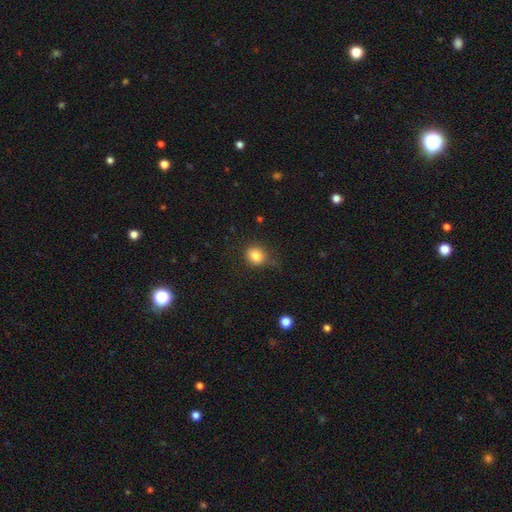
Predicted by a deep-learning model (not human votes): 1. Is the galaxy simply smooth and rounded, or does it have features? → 82% smooth, 11% star or artifact, 7% featured or disk.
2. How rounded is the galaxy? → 67% round, 32% in between, 1% cigar-shaped.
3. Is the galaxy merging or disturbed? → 71% none, 21% minor disturbance, 7% major disturbance, 2% merger.